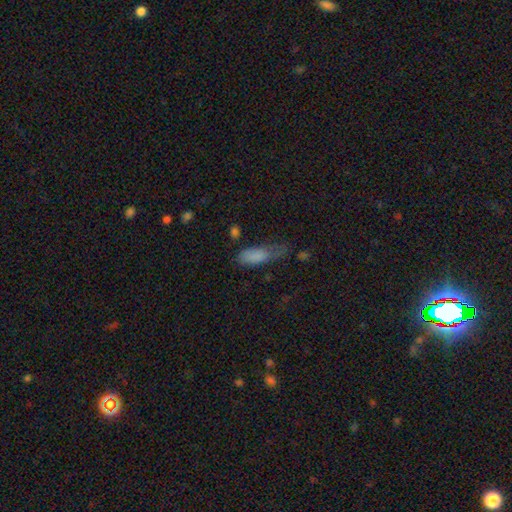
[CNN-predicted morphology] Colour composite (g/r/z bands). It shows a smooth galaxy with no disk features (81%) that is in between round and cigar-shaped (73%). Merging: minor disturbance (39%).